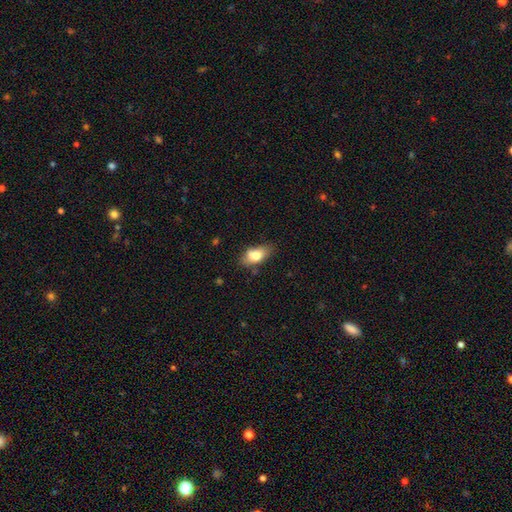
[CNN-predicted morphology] smooth_or_featured: smooth (p=0.76) [alt: featured or disk p=0.16]
how_rounded: in between (p=0.87) [alt: round p=0.07]
merging: none (p=0.67) [alt: minor disturbance p=0.23]